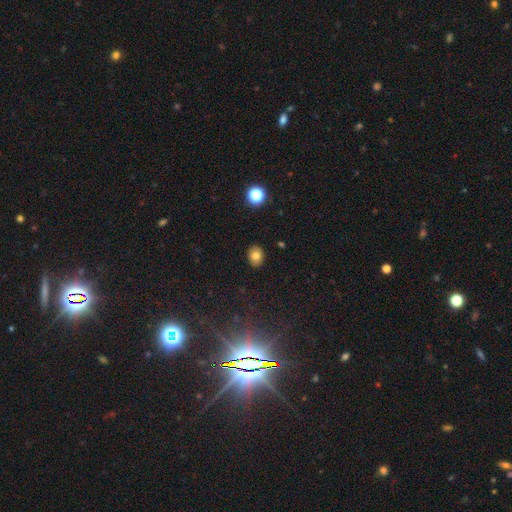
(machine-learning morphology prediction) Q: Smooth or featured?
A: smooth (78%); runner-up: star or artifact (11%)
Q: How rounded?
A: in between (54%); runner-up: round (45%)
Q: Merging?
A: none (88%); runner-up: minor disturbance (9%)